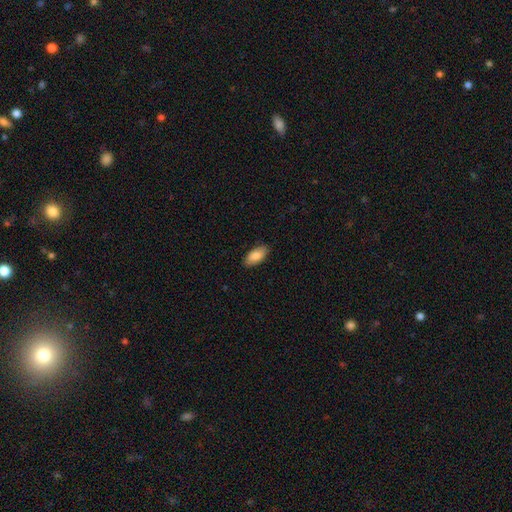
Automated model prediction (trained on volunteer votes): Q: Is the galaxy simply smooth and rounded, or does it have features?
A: smooth — 86%.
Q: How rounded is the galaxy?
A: in between — 90%.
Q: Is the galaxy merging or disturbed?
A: none — 87%.